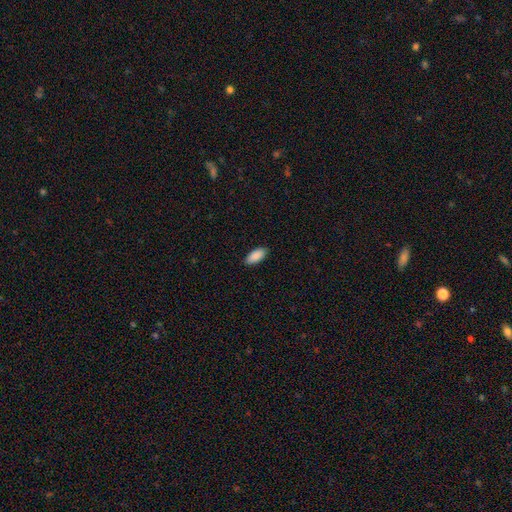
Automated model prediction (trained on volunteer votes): smooth-or-featured: smooth: 91% | star or artifact: 6% | featured or disk: 3%
  how-rounded: in between: 91% | cigar-shaped: 7% | round: 2%
  merging: none: 87% | minor disturbance: 10% | major disturbance: 2% | merger: 1%